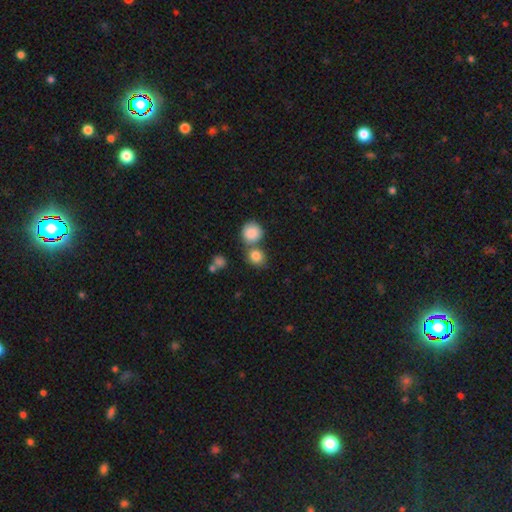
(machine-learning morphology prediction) smooth 83%, star or artifact 10%, featured or disk 7%. Down the decision tree: how rounded — round (77%); merging — none (52%).